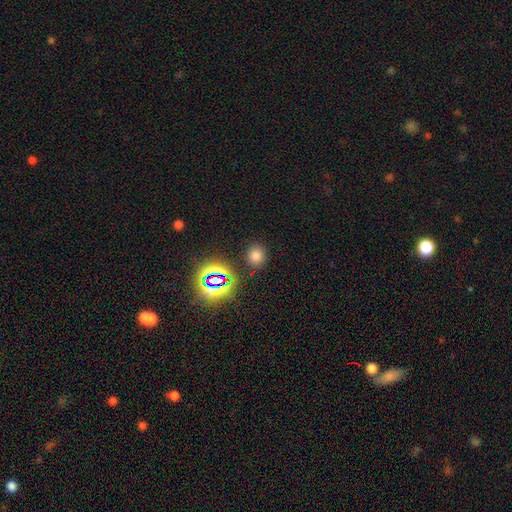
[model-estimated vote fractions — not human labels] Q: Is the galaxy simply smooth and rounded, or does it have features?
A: smooth — 70%.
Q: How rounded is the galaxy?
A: round — 77%.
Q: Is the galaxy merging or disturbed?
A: none — 86%.